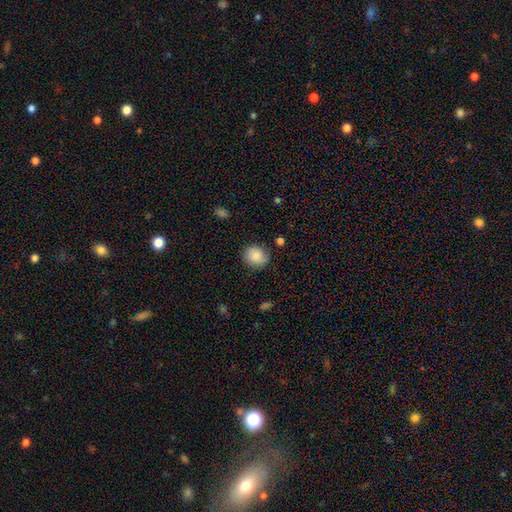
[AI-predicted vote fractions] Overall: smooth (86%). How rounded: round (75%). Merging: none (81%).